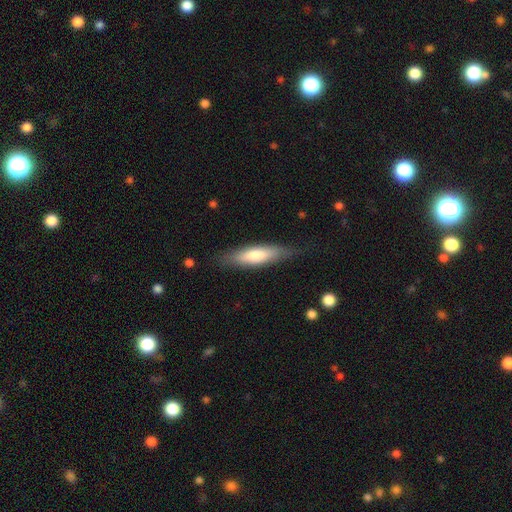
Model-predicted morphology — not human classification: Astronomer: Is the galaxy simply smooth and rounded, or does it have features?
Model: smooth — 67%.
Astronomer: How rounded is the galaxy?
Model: cigar-shaped — 65%.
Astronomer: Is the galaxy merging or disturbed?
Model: none — 78%.